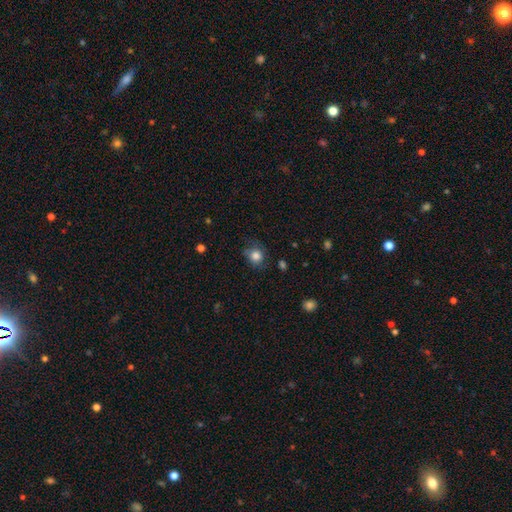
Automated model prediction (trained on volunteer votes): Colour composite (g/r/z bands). It shows a smooth galaxy with no disk features (79%) that is round (76%). Merging: none (65%).